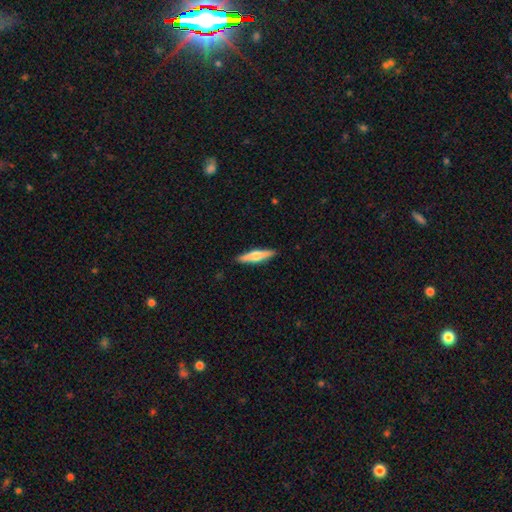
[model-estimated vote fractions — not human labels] smooth_or_featured: featured or disk (p=0.50) [alt: smooth p=0.44]
disk_edge_on: yes (p=0.96) [alt: no p=0.04]
merging: none (p=0.91) [alt: minor disturbance p=0.07]